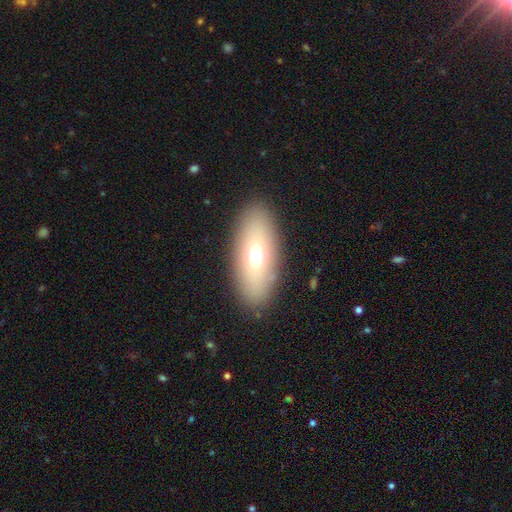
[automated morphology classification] Smooth or featured? smooth (64%)
How rounded? in between (81%)
Merging? none (86%)